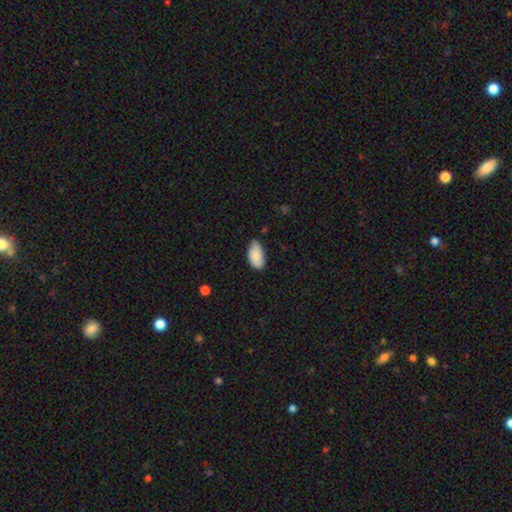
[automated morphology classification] Overall: smooth (85%). How rounded: in between (95%). Merging: none (70%).